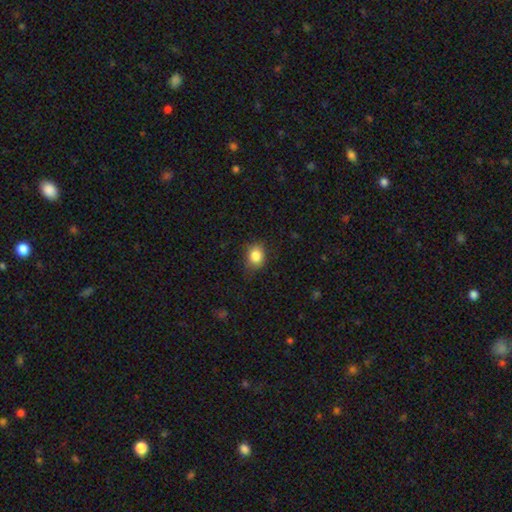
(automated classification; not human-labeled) smooth 85%, star or artifact 10%, featured or disk 5%. Down the decision tree: how rounded — round (56%); merging — none (80%).